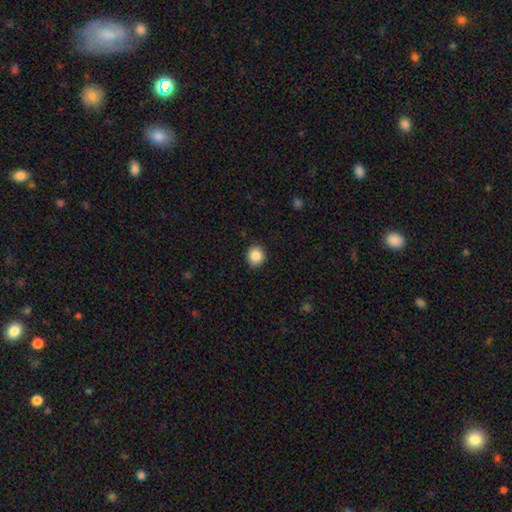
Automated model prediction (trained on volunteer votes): smooth 87%, star or artifact 9%, featured or disk 4%. Down the decision tree: how rounded — round (87%); merging — none (90%).